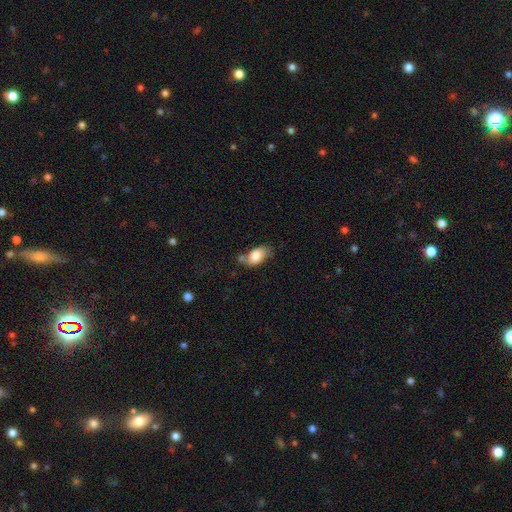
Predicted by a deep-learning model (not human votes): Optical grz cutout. It shows a smooth galaxy with no disk features (80%) that is in between round and cigar-shaped (90%). Merging: none (47%).